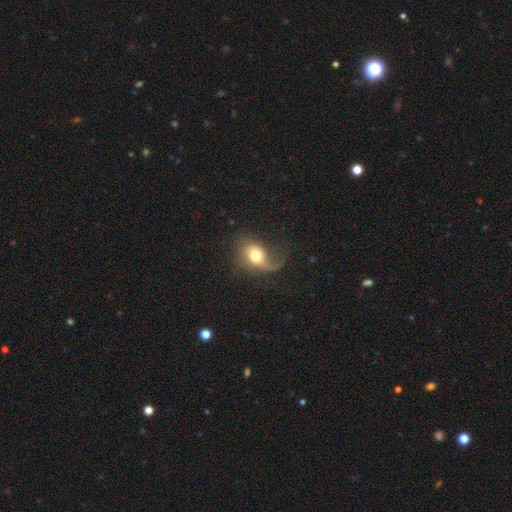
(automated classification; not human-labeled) smooth_or_featured: featured or disk (p=0.47) [alt: smooth p=0.44]
merging: major disturbance (p=0.38) [alt: none p=0.37]